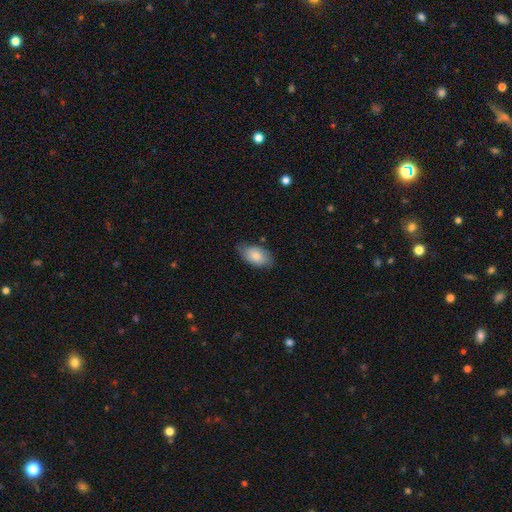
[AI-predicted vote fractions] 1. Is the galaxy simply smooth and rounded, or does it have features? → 80% smooth, 14% featured or disk, 6% star or artifact.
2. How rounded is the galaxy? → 93% in between, 5% round, 2% cigar-shaped.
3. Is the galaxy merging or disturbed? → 74% none, 21% minor disturbance, 4% major disturbance, 1% merger.